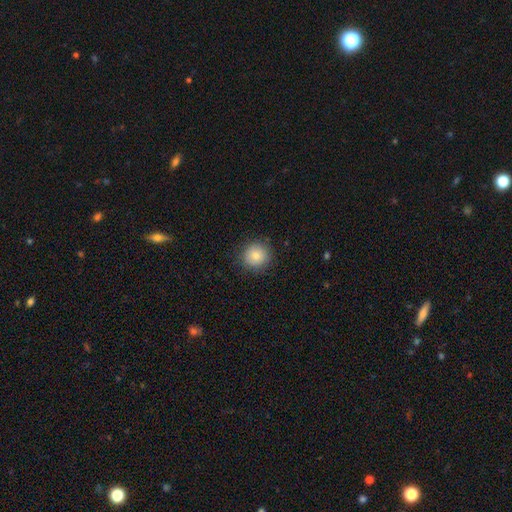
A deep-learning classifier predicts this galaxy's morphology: This appears to be a smooth galaxy with no disk features (82%) that is round (91%). Merging: none (88%).